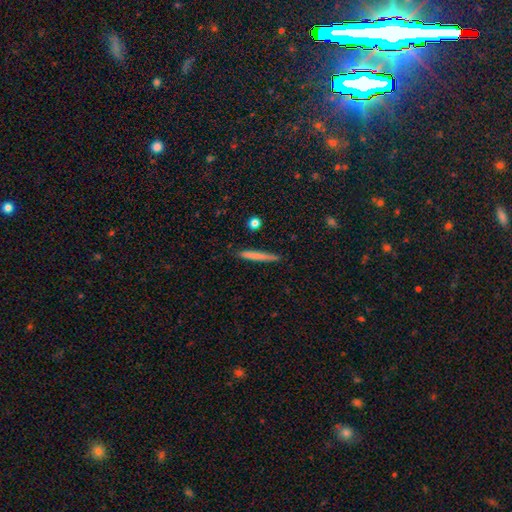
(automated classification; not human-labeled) Smooth or featured? Predicted: smooth (p=0.73). How rounded? Predicted: cigar-shaped (p=0.96). Merging? Predicted: none (p=0.88).